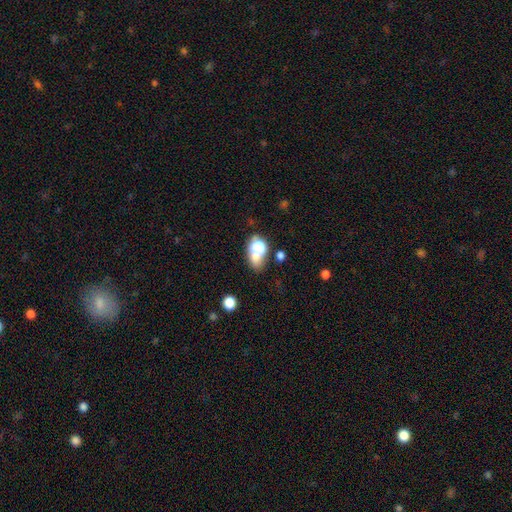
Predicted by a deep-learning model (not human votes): smooth_or_featured: smooth (p=0.65) [alt: star or artifact p=0.20]
how_rounded: in between (p=0.65) [alt: round p=0.31]
merging: none (p=0.42) [alt: merger p=0.28]